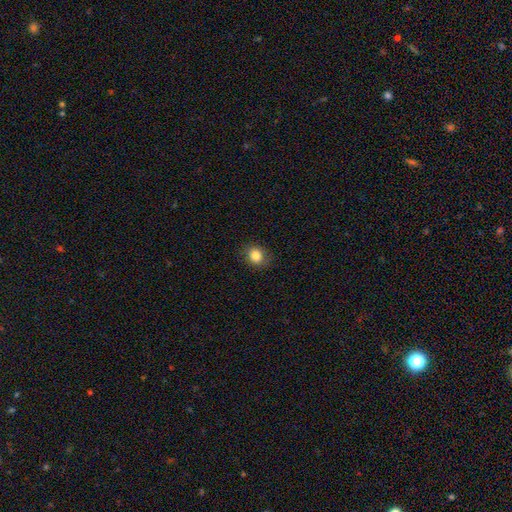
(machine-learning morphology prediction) type=smooth (84%); roundness=round (69%); merging=none (86%).